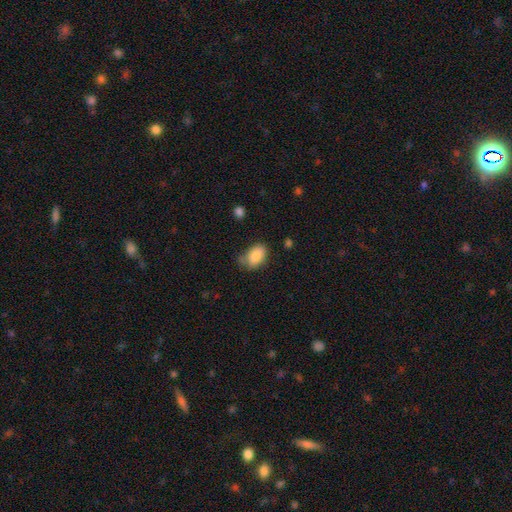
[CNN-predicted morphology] This appears to be a smooth galaxy with no disk features (86%) that is in between round and cigar-shaped (90%). Merging: none (61%).